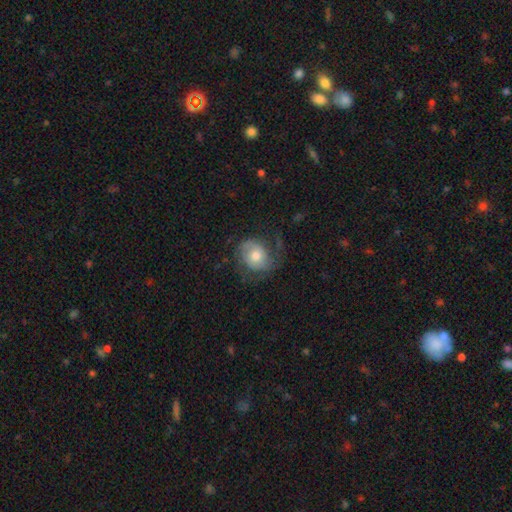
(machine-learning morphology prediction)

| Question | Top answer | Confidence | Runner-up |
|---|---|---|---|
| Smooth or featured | featured or disk | 54% | smooth (38%) |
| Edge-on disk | no | 97% | yes (3%) |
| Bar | no | 75% | weak (21%) |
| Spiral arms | yes | 83% | no (17%) |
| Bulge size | moderate | 64% | small (20%) |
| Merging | none | 56% | minor disturbance (22%) |